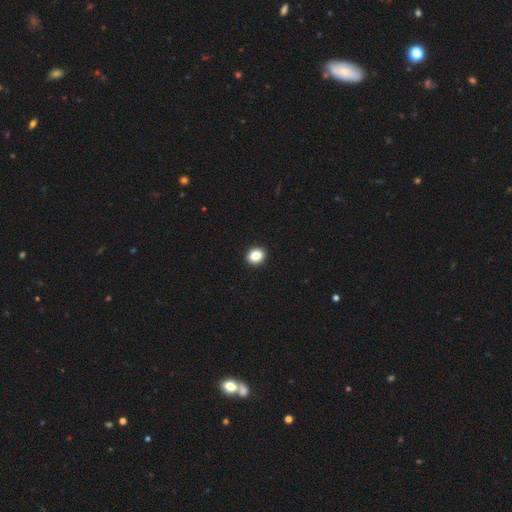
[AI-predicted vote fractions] This is clearly a smooth galaxy (86%). How rounded: possibly round (58%). Merging: clearly none (93%).